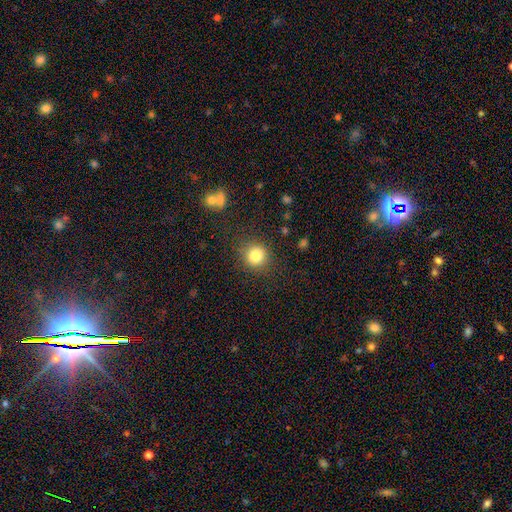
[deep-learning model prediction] Morphology: type=smooth (83%); roundness=round (90%); merging=none (86%).